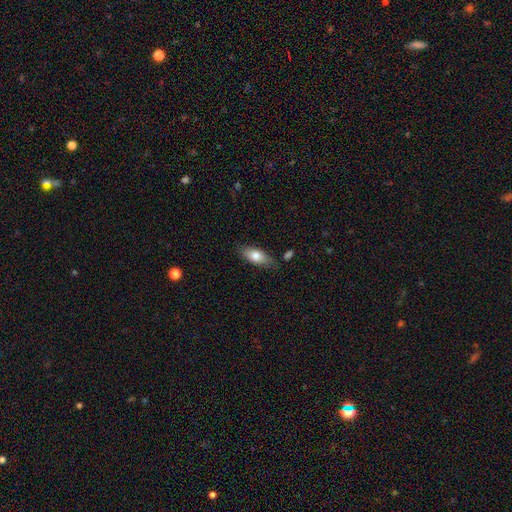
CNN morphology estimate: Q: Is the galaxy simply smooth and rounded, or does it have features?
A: smooth — 75%.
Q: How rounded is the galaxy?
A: in between — 76%.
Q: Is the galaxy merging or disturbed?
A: none — 79%.